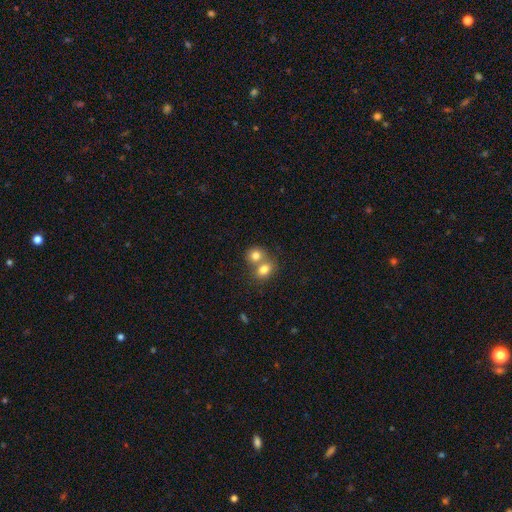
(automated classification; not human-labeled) Morphology: type=smooth (78%); roundness=round (69%); merging=merger (61%).